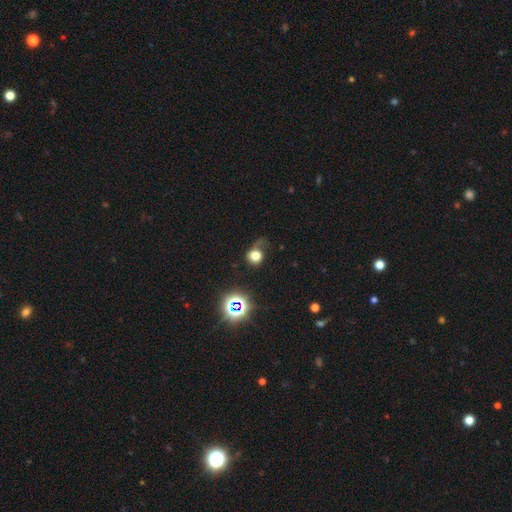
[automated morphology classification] type=smooth (67%); roundness=round (76%); merging=major disturbance (35%, tied with none).